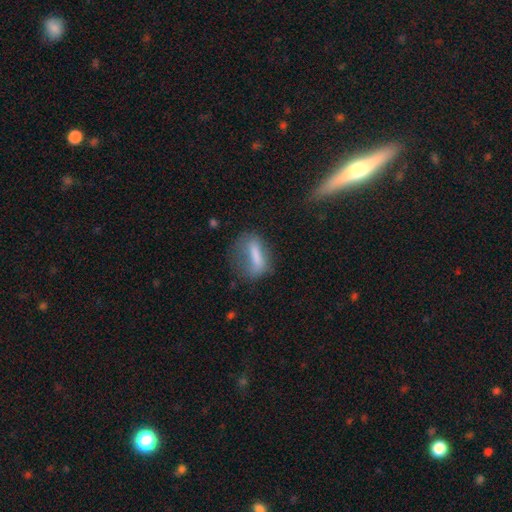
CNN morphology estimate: A smooth galaxy with no disk features (63%) that is in between round and cigar-shaped (47%). Merging: none (46%).